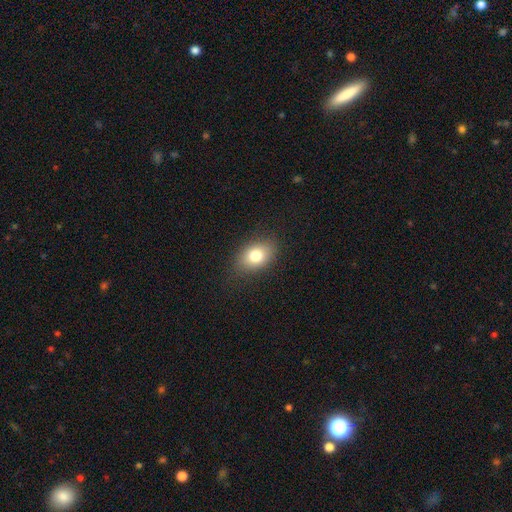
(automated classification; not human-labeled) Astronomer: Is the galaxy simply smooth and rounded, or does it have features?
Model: smooth — 77%.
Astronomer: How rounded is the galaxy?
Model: in between — 80%.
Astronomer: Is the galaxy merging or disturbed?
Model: none — 83%.